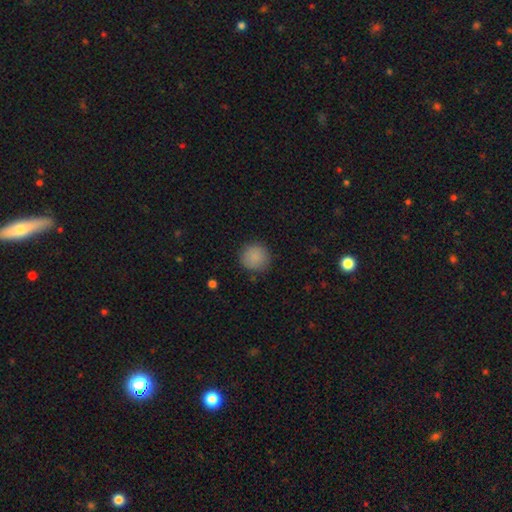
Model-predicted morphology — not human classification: smooth 87%, star or artifact 9%, featured or disk 4%. Down the decision tree: how rounded — round (93%); merging — none (86%).